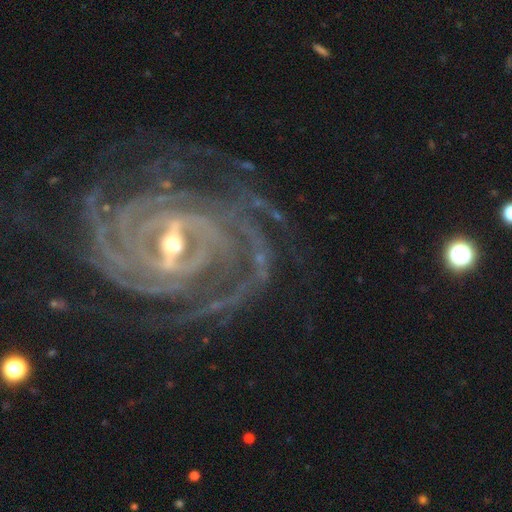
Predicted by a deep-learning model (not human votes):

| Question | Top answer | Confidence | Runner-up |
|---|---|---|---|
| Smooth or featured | featured or disk | 92% | star or artifact (5%) |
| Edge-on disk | no | 97% | yes (3%) |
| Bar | strong | 58% | weak (32%) |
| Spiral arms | yes | 99% | no (1%) |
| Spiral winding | tight | 80% | medium (17%) |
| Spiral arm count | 4 | 25% | more than 4 (24%) |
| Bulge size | moderate | 50% | small (45%) |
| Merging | none | 73% | minor disturbance (15%) |